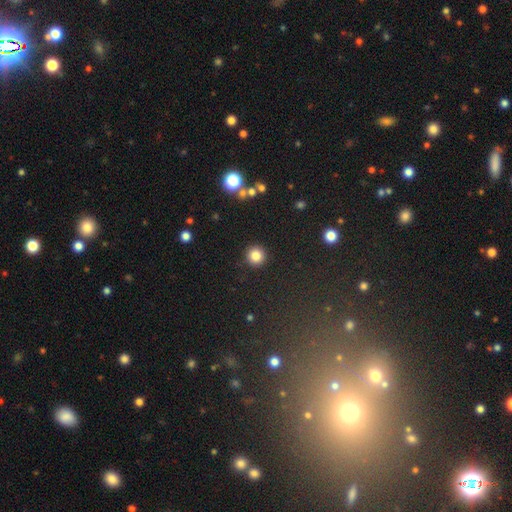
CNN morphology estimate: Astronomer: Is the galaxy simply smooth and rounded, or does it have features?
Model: smooth — 84%.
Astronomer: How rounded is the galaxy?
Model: round — 95%.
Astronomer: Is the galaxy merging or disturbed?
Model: none — 91%.